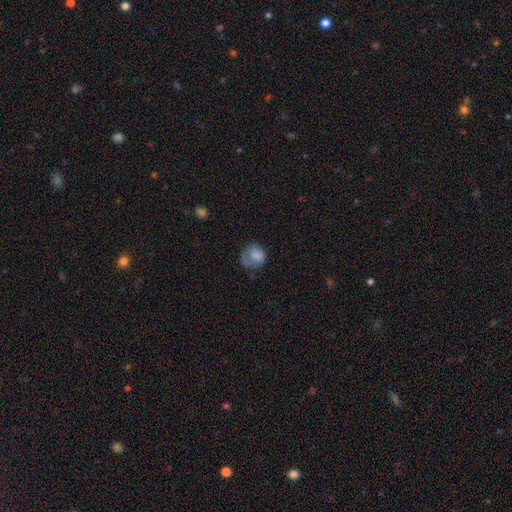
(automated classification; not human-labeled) This is likely a smooth galaxy (76%). How rounded: likely round (74%). Merging: possibly none (48%).